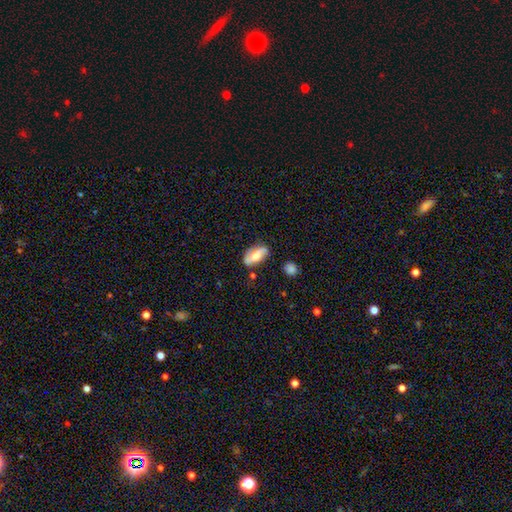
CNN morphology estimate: smooth_or_featured: smooth (p=0.48) [alt: featured or disk p=0.45]
merging: none (p=0.71) [alt: minor disturbance p=0.21]